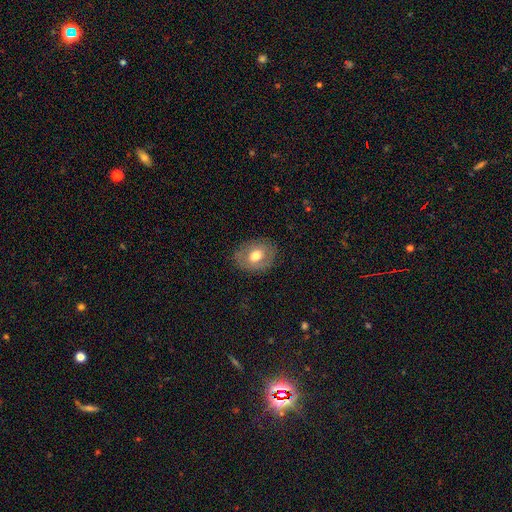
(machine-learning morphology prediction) A smooth galaxy with no disk features (64%) that is in between round and cigar-shaped (62%).

Vote fractions:
- Smooth or featured? smooth: 64% / featured or disk: 28% / star or artifact: 8%
- How rounded? in between: 62% / round: 37% / cigar-shaped: 1%
- Merging? none: 81% / minor disturbance: 13% / major disturbance: 5% / merger: 1%